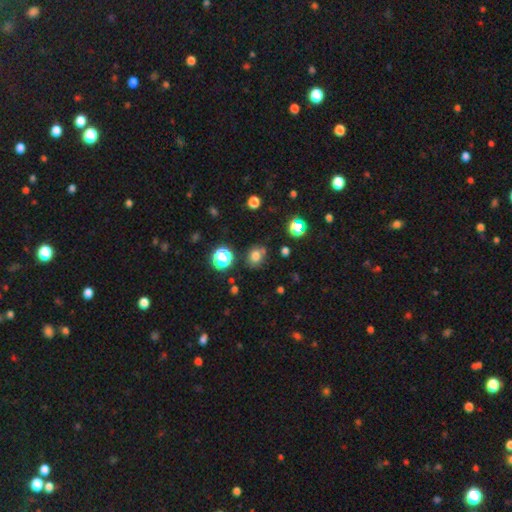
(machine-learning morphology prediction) Smooth or featured?
  - smooth: 72% *
  - star or artifact: 19%
  - featured or disk: 9%
How rounded?
  - round: 60% *
  - in between: 39%
  - cigar-shaped: 1%
Merging?
  - none: 71% *
  - minor disturbance: 16%
  - merger: 9%
  - major disturbance: 5%